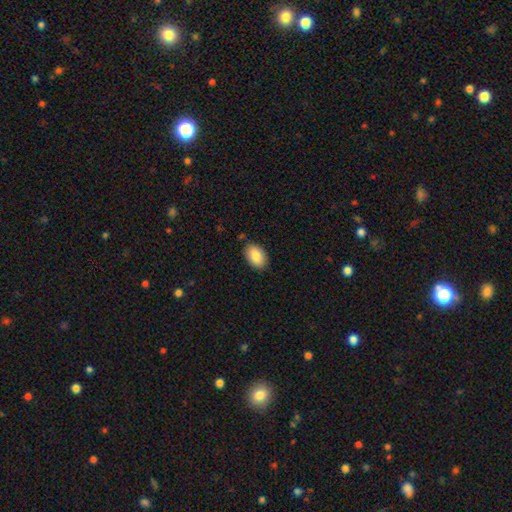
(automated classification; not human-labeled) This appears to be a smooth galaxy with no disk features (85%) that is in between round and cigar-shaped (89%). Merging: none (86%).